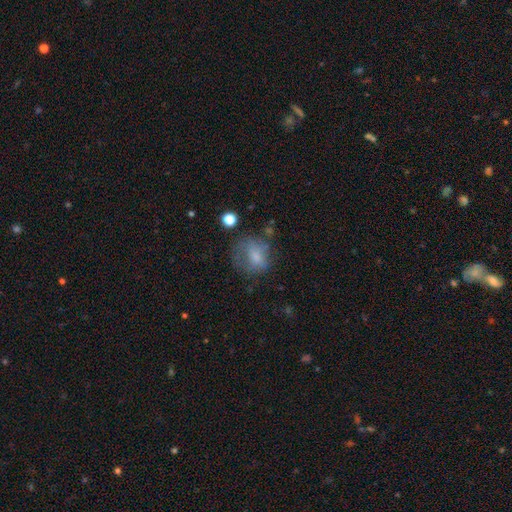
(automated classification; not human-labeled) Smooth or featured: smooth — 66% (featured or disk — 22%)
How rounded: round — 56% (in between — 42%)
Merging: none — 47% (minor disturbance — 26%)